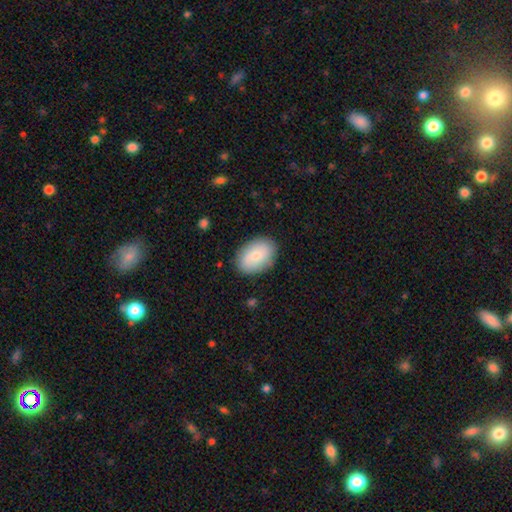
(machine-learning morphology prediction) Smooth or featured: smooth — 75% (featured or disk — 19%)
How rounded: in between — 85% (round — 13%)
Merging: none — 85% (minor disturbance — 11%)